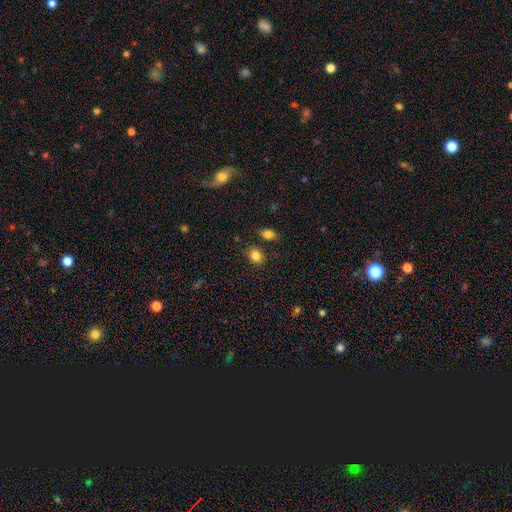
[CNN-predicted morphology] Overall: smooth (84%). How rounded: in between (68%; round 31%). Merging: none (79%).